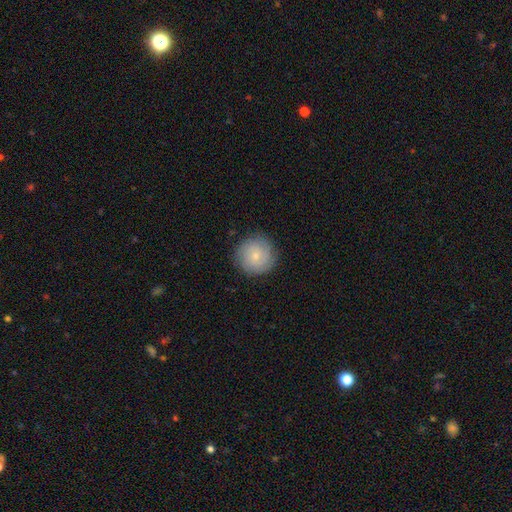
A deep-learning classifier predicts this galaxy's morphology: A smooth galaxy with no disk features (63%) that is round (94%). Merging: none (86%).